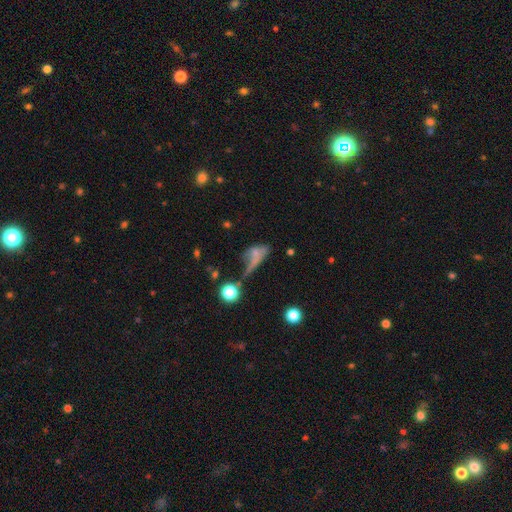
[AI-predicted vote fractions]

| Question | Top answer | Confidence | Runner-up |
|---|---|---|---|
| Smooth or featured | smooth | 55% | featured or disk (28%) |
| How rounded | in between | 59% | cigar-shaped (24%) |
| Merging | major disturbance | 32% | none (28%) |